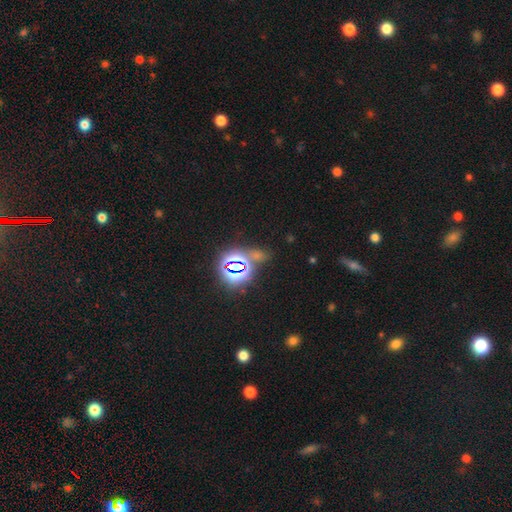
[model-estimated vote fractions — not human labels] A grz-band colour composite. It shows a star or artifact, not a galaxy (74%).